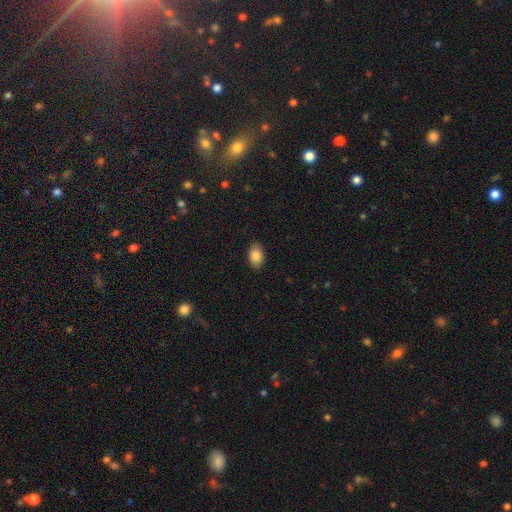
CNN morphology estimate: Overall: smooth (85%). How rounded: in between (88%). Merging: none (88%).